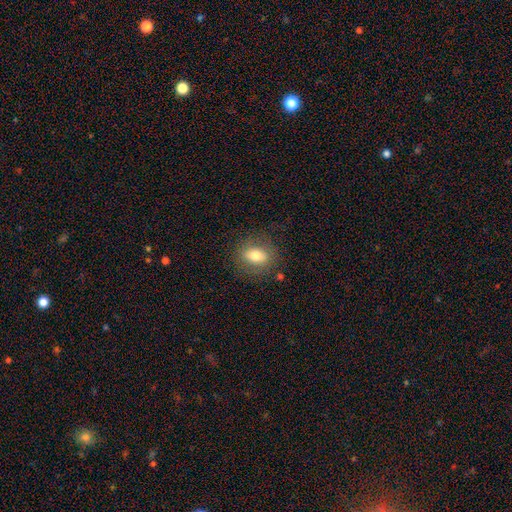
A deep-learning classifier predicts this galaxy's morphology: The model was most divided on "how rounded": in between: 62%, round: 36%, cigar-shaped: 2%. More confident: merging — none (80%); smooth or featured — smooth (71%).